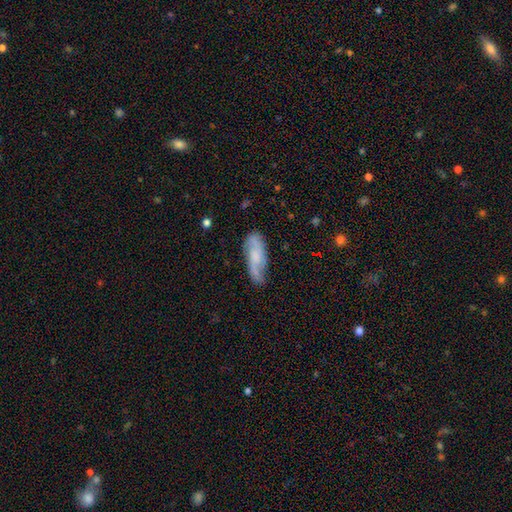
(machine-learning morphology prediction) Q: Smooth or featured?
A: featured or disk (57%); runner-up: smooth (35%)
Q: Edge-on disk?
A: no (85%); runner-up: yes (15%)
Q: Merging?
A: none (70%); runner-up: minor disturbance (22%)